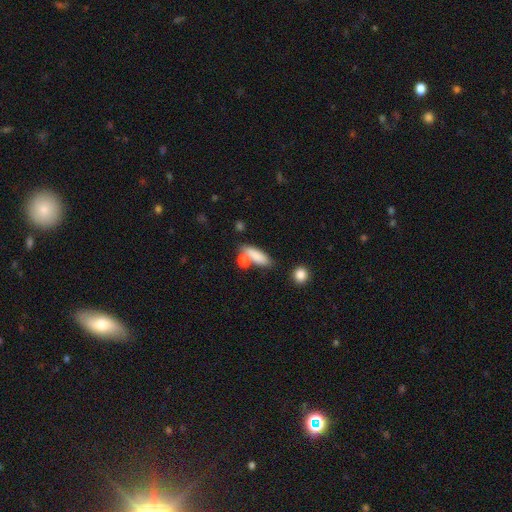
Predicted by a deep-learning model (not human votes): smooth_or_featured: smooth (p=0.81) [alt: featured or disk p=0.11]
how_rounded: in between (p=0.57) [alt: cigar-shaped p=0.38]
merging: none (p=0.56) [alt: merger p=0.24]